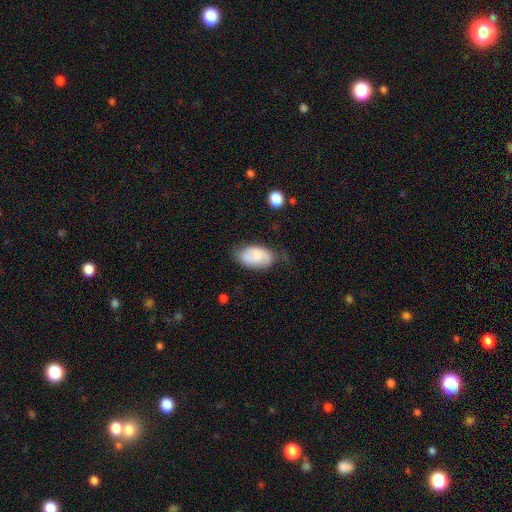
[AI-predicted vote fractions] Smooth or featured? Predicted: smooth (p=0.61). How rounded? Predicted: in between (p=0.93). Merging? Predicted: none (p=0.64).